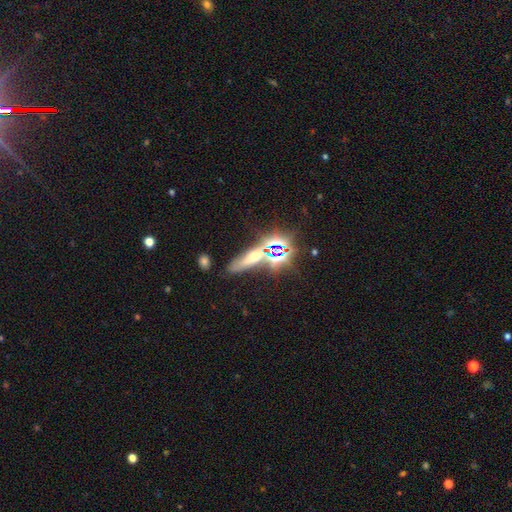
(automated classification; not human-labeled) The model was most divided on "smooth or featured": star or artifact: 48%, featured or disk: 28%, smooth: 24%.